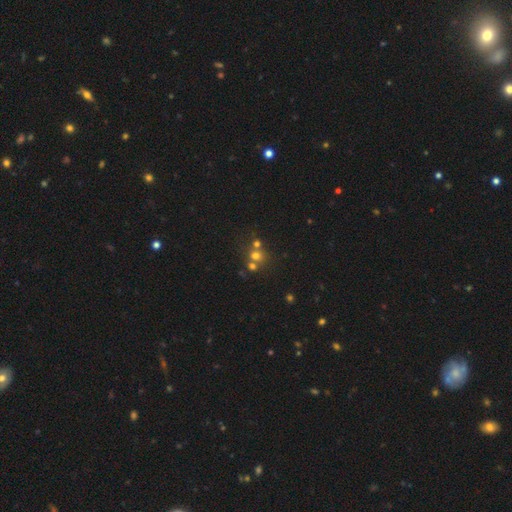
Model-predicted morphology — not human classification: smooth-or-featured: smooth: 61% | star or artifact: 24% | featured or disk: 15%
  how-rounded: round: 81% | in between: 18% | cigar-shaped: 1%
  merging: none: 47% | merger: 42% | minor disturbance: 7% | major disturbance: 4%